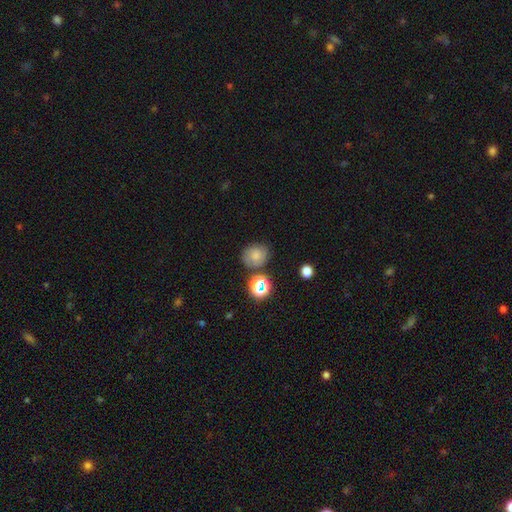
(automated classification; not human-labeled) This appears to be a smooth galaxy with no disk features (62%) that is round (70%). Merging: none (70%).